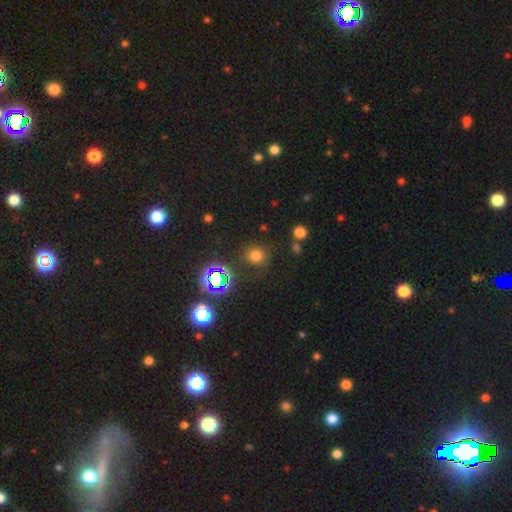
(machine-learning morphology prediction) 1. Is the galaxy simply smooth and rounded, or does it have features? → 67% smooth, 27% star or artifact, 7% featured or disk.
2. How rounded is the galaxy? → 87% round, 12% in between, 1% cigar-shaped.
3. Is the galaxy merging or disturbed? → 83% none, 10% minor disturbance, 4% major disturbance, 3% merger.